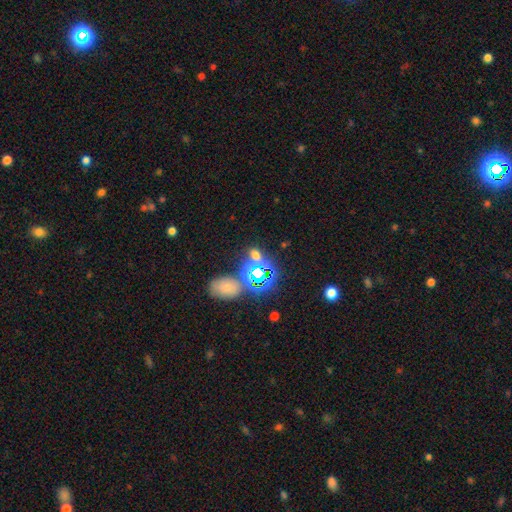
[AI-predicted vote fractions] Smooth or featured? star or artifact (53%)